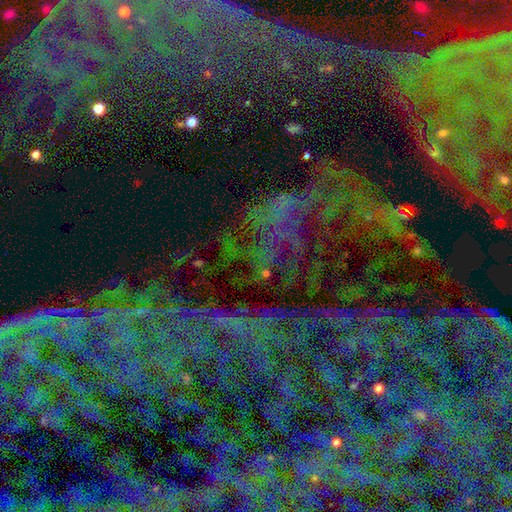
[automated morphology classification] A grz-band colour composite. It shows a star or artifact, not a galaxy (76%).